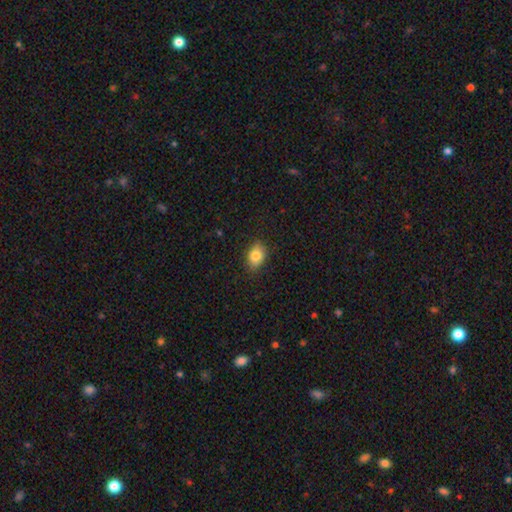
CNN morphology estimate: smooth-or-featured: smooth: 82% | featured or disk: 9% | star or artifact: 9%
  how-rounded: in between: 76% | round: 22% | cigar-shaped: 2%
  merging: none: 84% | minor disturbance: 12% | major disturbance: 2% | merger: 1%